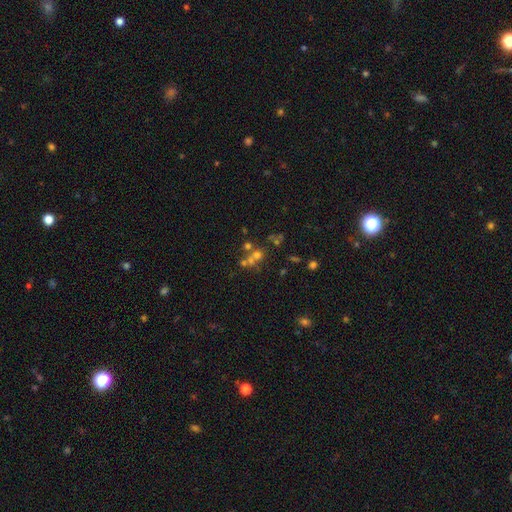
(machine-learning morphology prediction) smooth_or_featured: smooth (p=0.41) [alt: star or artifact p=0.36]
merging: none (p=0.48) [alt: merger p=0.38]